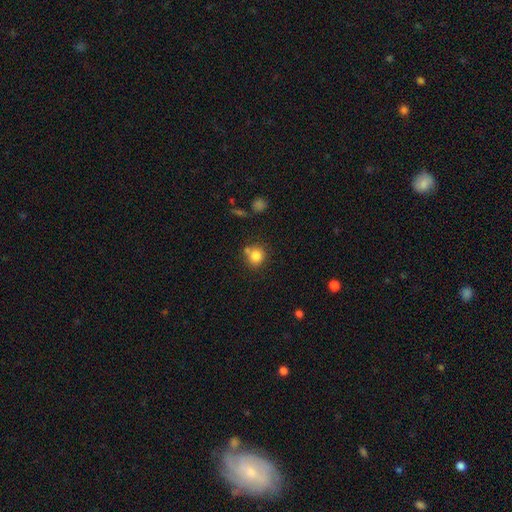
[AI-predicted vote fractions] Overall: smooth (82%). How rounded: round (85%). Merging: none (68%).